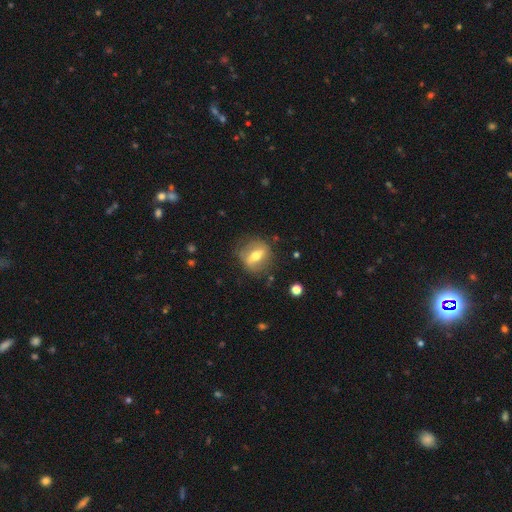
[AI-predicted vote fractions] The model was most divided on "smooth or featured": featured or disk: 56%, smooth: 36%, star or artifact: 8%. More confident: merging — none (77%); edge-on disk — no (66%).